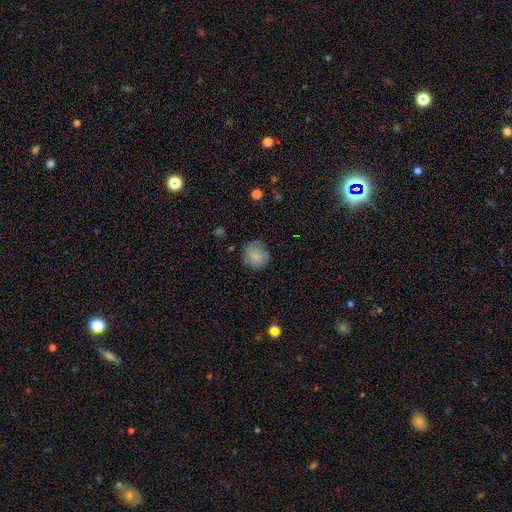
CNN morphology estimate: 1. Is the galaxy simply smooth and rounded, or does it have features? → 82% smooth, 9% star or artifact, 8% featured or disk.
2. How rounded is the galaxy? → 83% round, 16% in between, 1% cigar-shaped.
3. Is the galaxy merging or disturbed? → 75% none, 18% minor disturbance, 5% major disturbance, 1% merger.